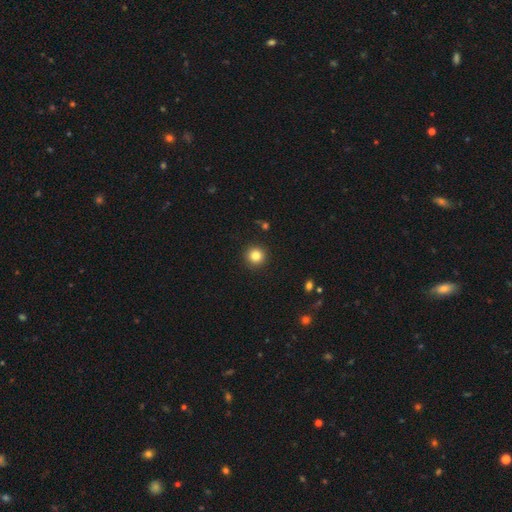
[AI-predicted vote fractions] Smooth or featured?
  - smooth: 83% *
  - star or artifact: 11%
  - featured or disk: 6%
How rounded?
  - round: 95% *
  - in between: 4%
  - cigar-shaped: 1%
Merging?
  - none: 92% *
  - minor disturbance: 5%
  - major disturbance: 2%
  - merger: 1%